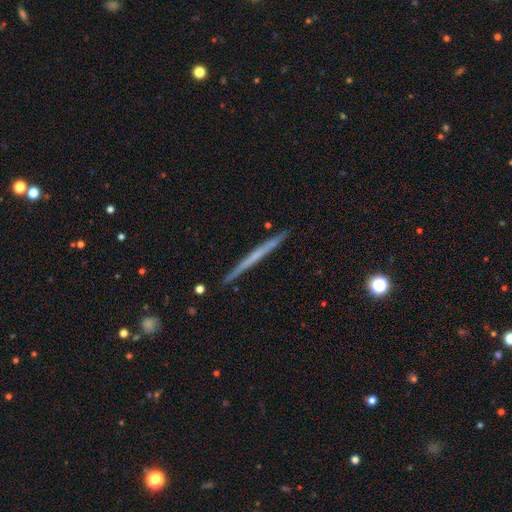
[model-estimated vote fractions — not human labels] Smooth or featured?
  - featured or disk: 58% *
  - smooth: 36%
  - star or artifact: 6%
Edge-on disk?
  - yes: 98% *
  - no: 2%
Edge-on bulge?
  - none: 87% *
  - rounded: 10%
  - boxy: 4%
Merging?
  - none: 91% *
  - minor disturbance: 6%
  - major disturbance: 1%
  - merger: 1%